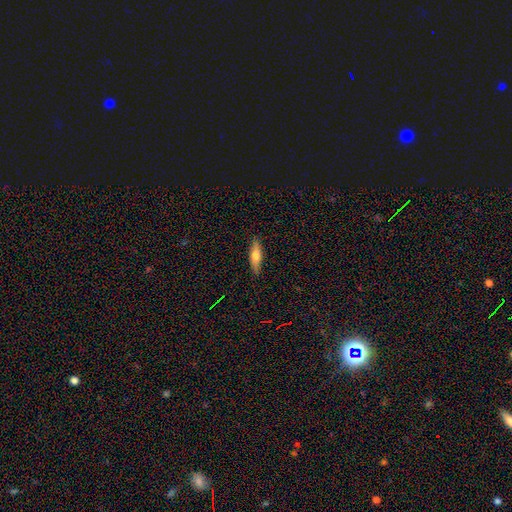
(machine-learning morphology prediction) A smooth galaxy with no disk features (62%) that is cigar-shaped (62%). Merging: none (87%).